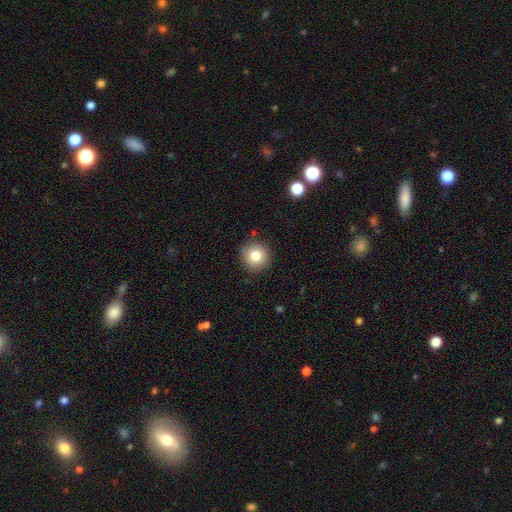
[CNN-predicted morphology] A smooth galaxy with no disk features (82%) that is round (94%). Merging: none (89%).